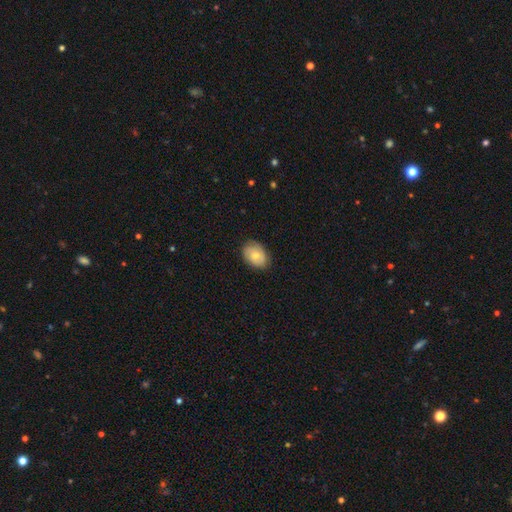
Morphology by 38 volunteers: Smooth or featured? 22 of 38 (58%) said smooth. How rounded? 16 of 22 (73%) said in between. Merging? 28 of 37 (76%) said none.